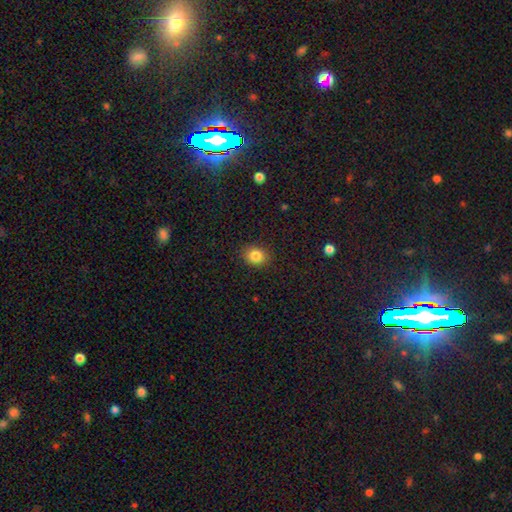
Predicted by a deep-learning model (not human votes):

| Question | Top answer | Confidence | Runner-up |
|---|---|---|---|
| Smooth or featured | smooth | 85% | star or artifact (10%) |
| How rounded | round | 52% | in between (47%) |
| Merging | none | 89% | minor disturbance (8%) |